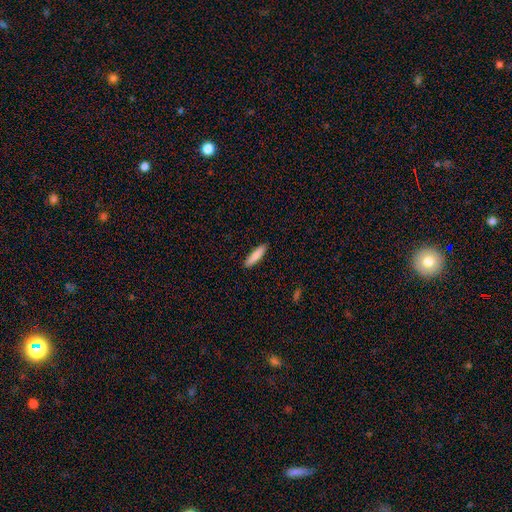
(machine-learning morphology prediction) smooth_or_featured: smooth (p=0.86) [alt: featured or disk p=0.09]
how_rounded: cigar-shaped (p=0.81) [alt: in between p=0.18]
merging: none (p=0.90) [alt: minor disturbance p=0.07]